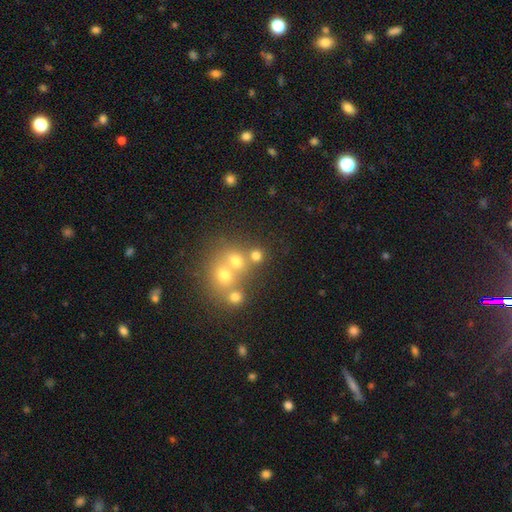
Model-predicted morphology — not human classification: The model was most divided on "merging": none: 56%, merger: 33%, minor disturbance: 7%, major disturbance: 4%. More confident: how rounded — round (84%); smooth or featured — smooth (70%).